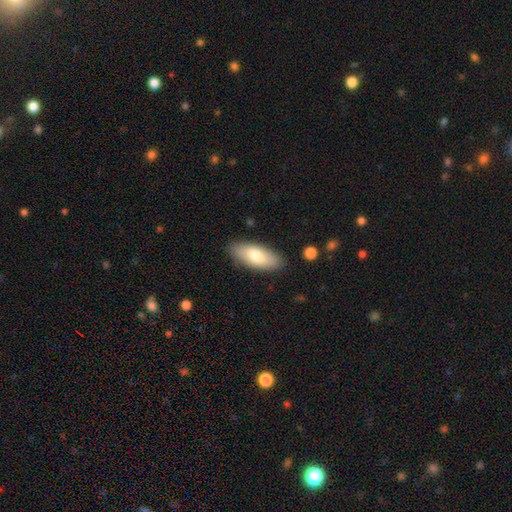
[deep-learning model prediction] Smooth or featured? smooth (79%)
How rounded? in between (79%)
Merging? none (86%)